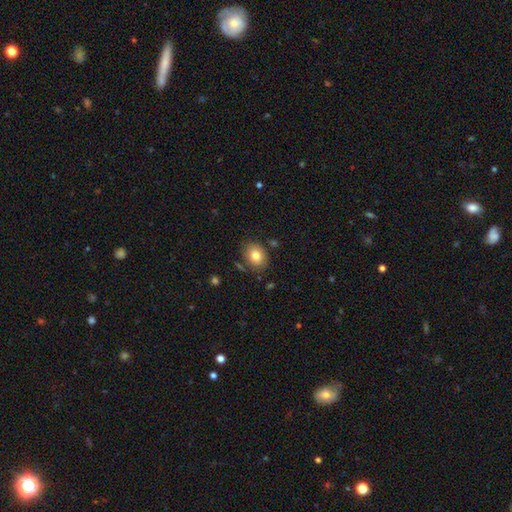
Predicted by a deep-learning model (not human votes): smooth 80%, featured or disk 11%, star or artifact 9%. Down the decision tree: how rounded — in between (55%); merging — none (82%).